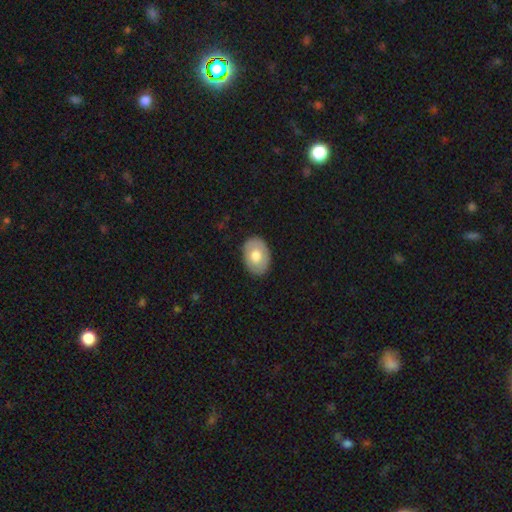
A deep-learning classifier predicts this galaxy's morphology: Overall: smooth (66%; featured or disk 28%). How rounded: in between (80%). Merging: none (86%).